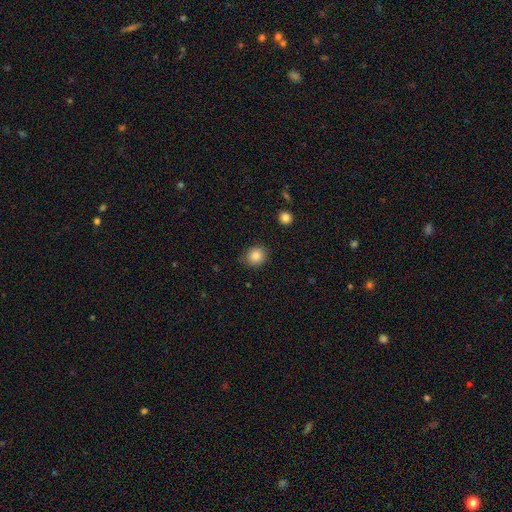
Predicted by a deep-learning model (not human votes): This is clearly a smooth galaxy (86%). How rounded: likely round (80%). Merging: clearly none (83%).